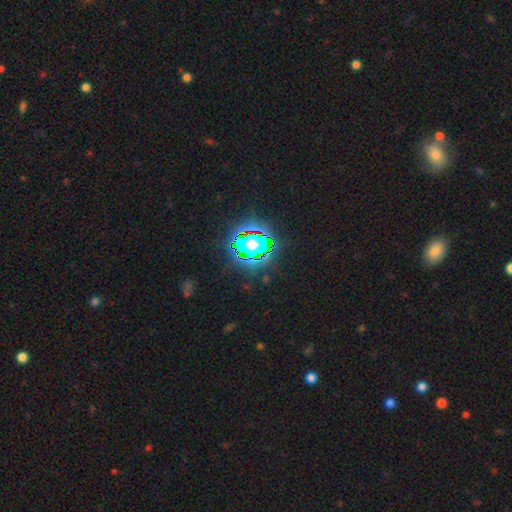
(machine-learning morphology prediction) The model was most divided on "smooth or featured": star or artifact: 81%, smooth: 12%, featured or disk: 7%.